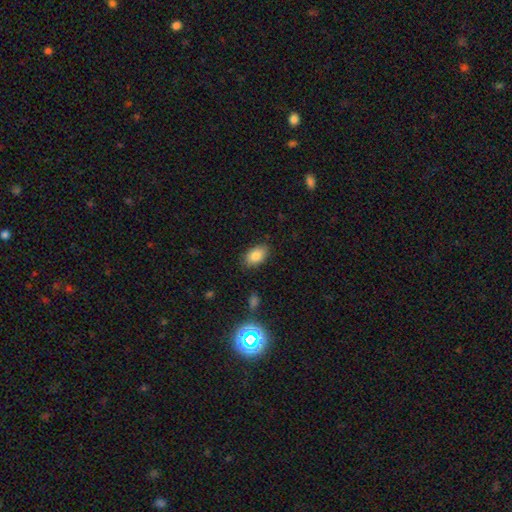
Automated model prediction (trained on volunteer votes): Q: Smooth or featured?
A: smooth (84%); runner-up: star or artifact (9%)
Q: How rounded?
A: in between (91%); runner-up: round (8%)
Q: Merging?
A: none (86%); runner-up: minor disturbance (10%)